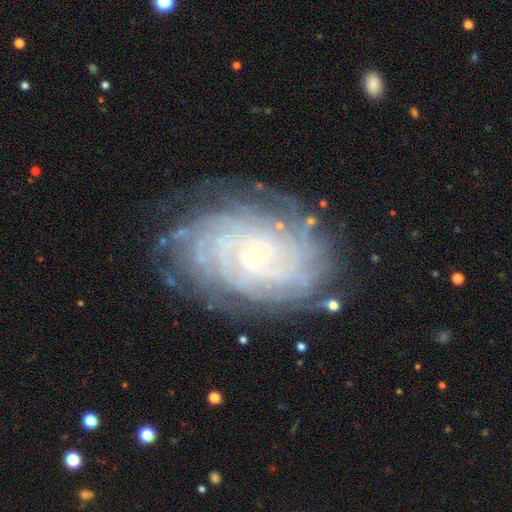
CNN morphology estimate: This is clearly a featured or disk galaxy (86%). It is clearly not viewed edge-on (97%). Bar: clearly no (81%). Spiral arm pattern: clearly yes (97%). Spiral arm count: marginally more than 4 (38%). Spiral winding: clearly tight (86%). Central bulge: clearly small (89%). Merging: clearly none (81%).